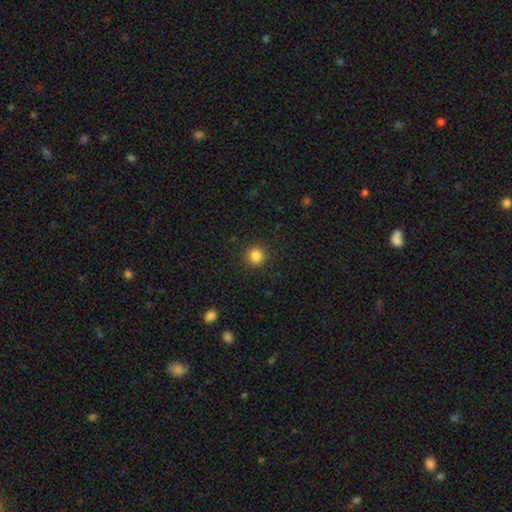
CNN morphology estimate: type=smooth (85%); roundness=round (92%); merging=none (90%).